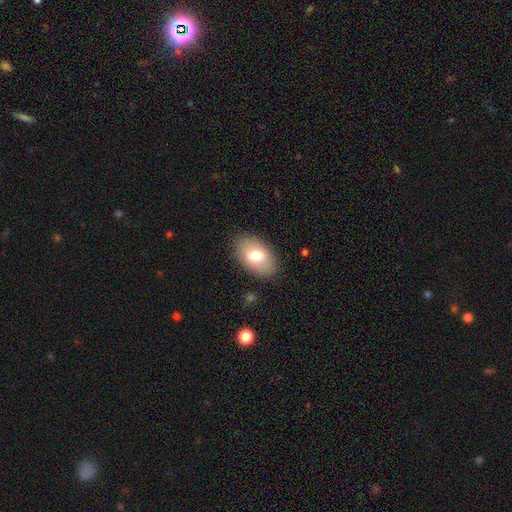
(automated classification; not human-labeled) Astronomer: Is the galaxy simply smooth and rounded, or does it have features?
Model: smooth — 71%.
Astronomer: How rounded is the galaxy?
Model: in between — 90%.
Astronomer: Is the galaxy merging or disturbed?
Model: none — 86%.